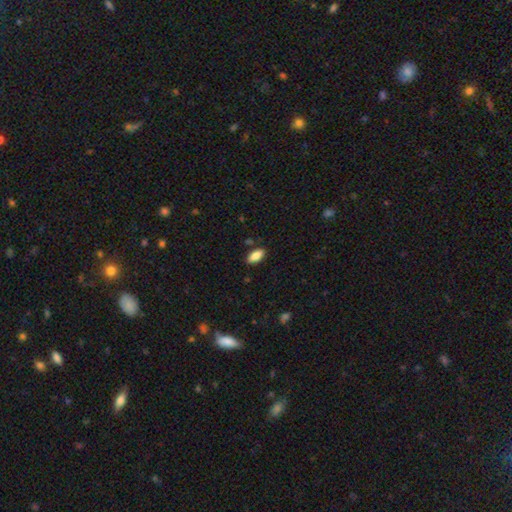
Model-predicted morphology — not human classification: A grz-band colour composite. It shows a smooth galaxy with no disk features (86%) that is in between round and cigar-shaped (87%). Merging: none (87%).